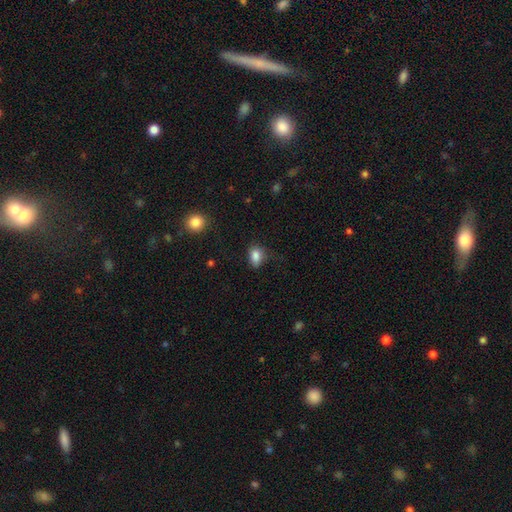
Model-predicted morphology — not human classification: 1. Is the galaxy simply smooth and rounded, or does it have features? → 85% smooth, 10% star or artifact, 6% featured or disk.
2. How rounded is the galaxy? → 77% in between, 21% round, 2% cigar-shaped.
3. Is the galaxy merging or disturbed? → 64% none, 27% minor disturbance, 8% major disturbance, 2% merger.